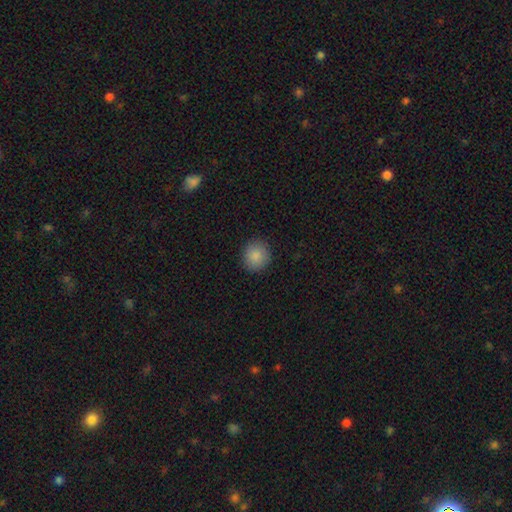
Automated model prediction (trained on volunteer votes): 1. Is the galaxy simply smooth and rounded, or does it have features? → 87% smooth, 8% star or artifact, 4% featured or disk.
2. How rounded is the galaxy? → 89% round, 10% in between, 1% cigar-shaped.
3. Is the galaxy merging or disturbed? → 90% none, 7% minor disturbance, 2% major disturbance, 1% merger.